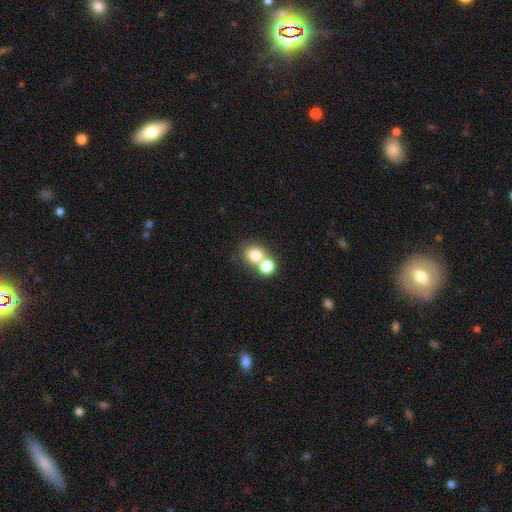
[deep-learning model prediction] Smooth or featured: smooth — 75% (star or artifact — 13%)
How rounded: round — 67% (in between — 32%)
Merging: merger — 52% (none — 39%)